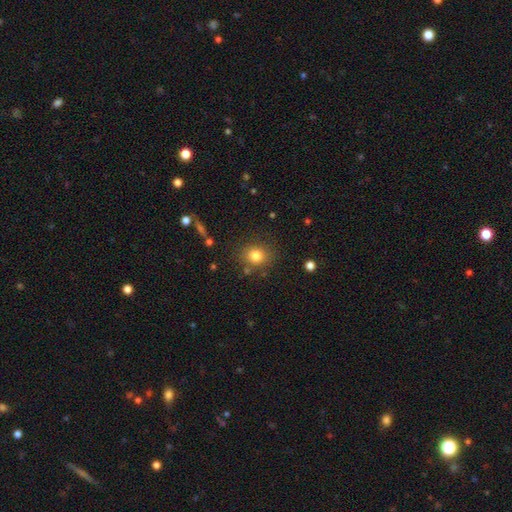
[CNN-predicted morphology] Q: Smooth or featured?
A: smooth (81%); runner-up: star or artifact (12%)
Q: How rounded?
A: round (74%); runner-up: in between (25%)
Q: Merging?
A: none (83%); runner-up: minor disturbance (10%)